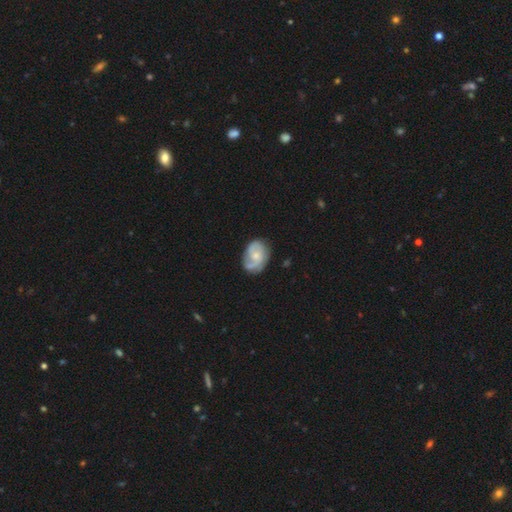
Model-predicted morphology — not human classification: Smooth or featured? featured or disk (65%)
Edge-on disk? no (97%)
Bar? no (70%)
Spiral arms? yes (87%)
Spiral winding? medium (41%)
Spiral arm count? 2 (47%)
Bulge size? small (49%)
Merging? none (61%)